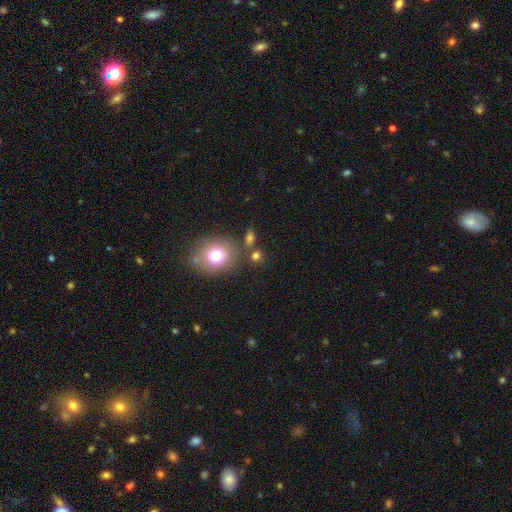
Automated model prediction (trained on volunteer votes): Morphology: type=smooth (68%); roundness=round (73%); merging=none (69%).